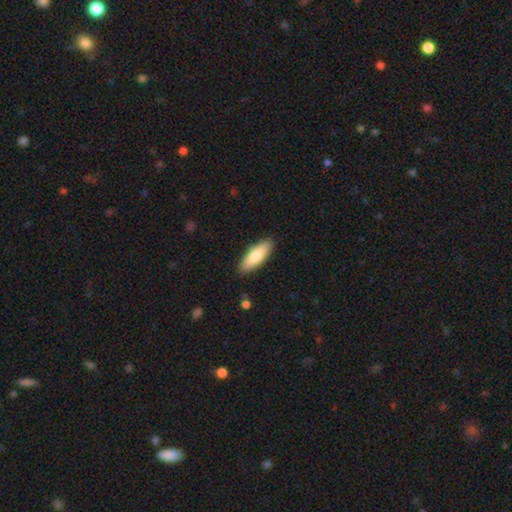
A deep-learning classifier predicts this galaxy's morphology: type=smooth (79%); roundness=in between (61%); merging=none (89%).